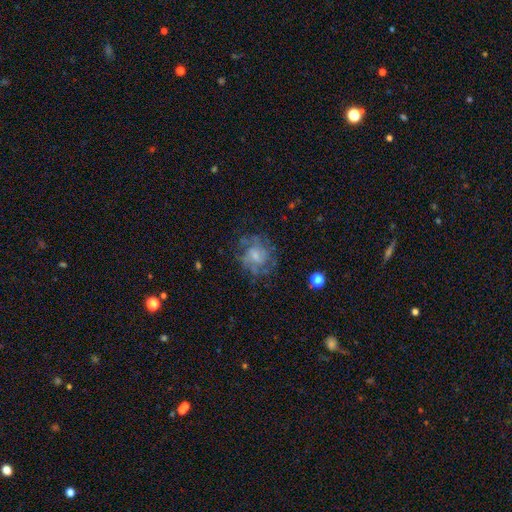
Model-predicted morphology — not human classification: Overall: featured or disk (62%; smooth 28%). Edge-on disk: no (98%). Bar: no (59%; weak 36%). Spiral arms: yes (67%; no 33%). Bulge size: small (45%; moderate 35%). Merging: none (62%).